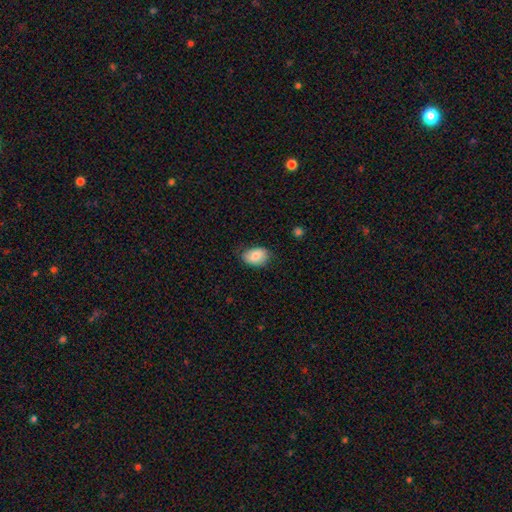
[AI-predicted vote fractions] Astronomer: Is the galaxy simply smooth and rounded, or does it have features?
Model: smooth — 82%.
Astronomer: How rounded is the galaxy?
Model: in between — 79%.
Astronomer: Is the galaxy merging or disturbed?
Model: none — 70%.